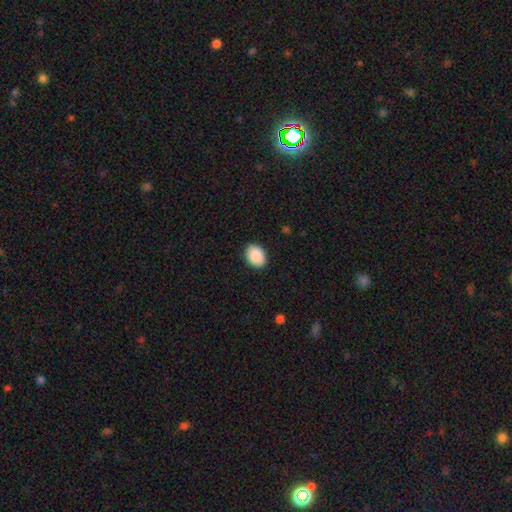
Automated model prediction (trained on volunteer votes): smooth-or-featured: smooth: 90% | star or artifact: 7% | featured or disk: 3%
  how-rounded: in between: 73% | round: 27% | cigar-shaped: 1%
  merging: none: 89% | minor disturbance: 8% | major disturbance: 2% | merger: 1%